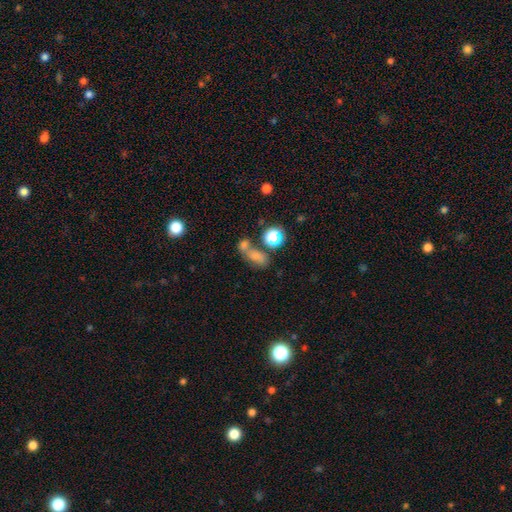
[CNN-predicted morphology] smooth 67%, star or artifact 18%, featured or disk 15%. Down the decision tree: how rounded — in between (69%); merging — merger (46%).